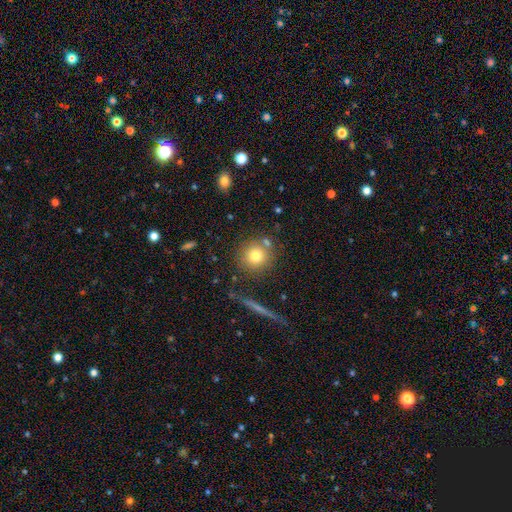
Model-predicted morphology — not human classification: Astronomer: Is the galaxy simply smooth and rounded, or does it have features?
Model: smooth — 77%.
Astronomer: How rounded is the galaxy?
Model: round — 91%.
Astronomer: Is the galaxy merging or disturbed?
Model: none — 76%.